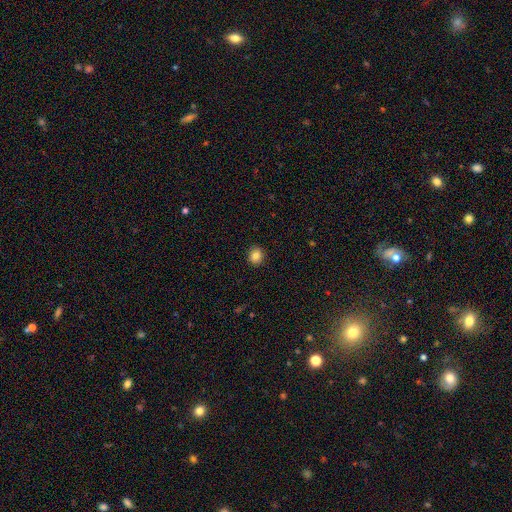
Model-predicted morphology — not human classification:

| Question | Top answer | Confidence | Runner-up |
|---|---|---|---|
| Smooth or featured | smooth | 84% | star or artifact (11%) |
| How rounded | round | 78% | in between (21%) |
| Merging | none | 91% | minor disturbance (6%) |